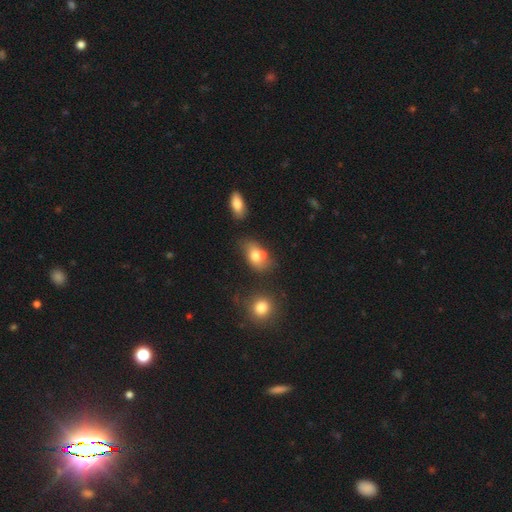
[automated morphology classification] This is likely a smooth galaxy (71%). How rounded: likely in between (77%). Merging: marginally none (41%).